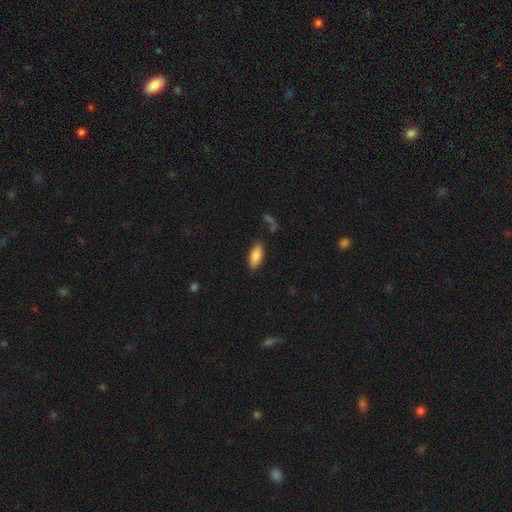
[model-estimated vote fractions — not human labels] Smooth or featured?
  - smooth: 86% *
  - featured or disk: 7%
  - star or artifact: 7%
How rounded?
  - in between: 87% *
  - cigar-shaped: 11%
  - round: 2%
Merging?
  - none: 82% *
  - minor disturbance: 12%
  - major disturbance: 3%
  - merger: 3%